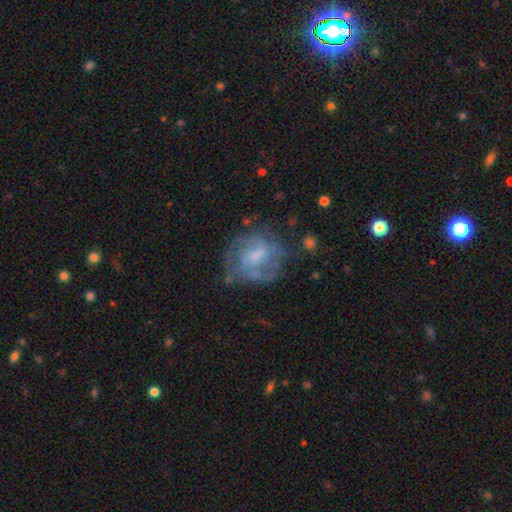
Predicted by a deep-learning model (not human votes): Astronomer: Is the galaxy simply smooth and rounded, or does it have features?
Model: featured or disk — 70%.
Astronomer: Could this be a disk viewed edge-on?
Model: no — 97%.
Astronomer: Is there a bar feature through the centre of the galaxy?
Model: weak — 47% (runner-up: no, 42%).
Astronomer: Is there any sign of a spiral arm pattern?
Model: yes — 76%.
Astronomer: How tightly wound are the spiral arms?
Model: medium — 42% (runner-up: tight, 41%).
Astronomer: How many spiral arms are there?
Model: can't tell — 38% (runner-up: 2, 34%).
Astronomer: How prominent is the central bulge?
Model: moderate — 39% (runner-up: small, 38%).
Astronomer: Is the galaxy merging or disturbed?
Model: none — 61%.